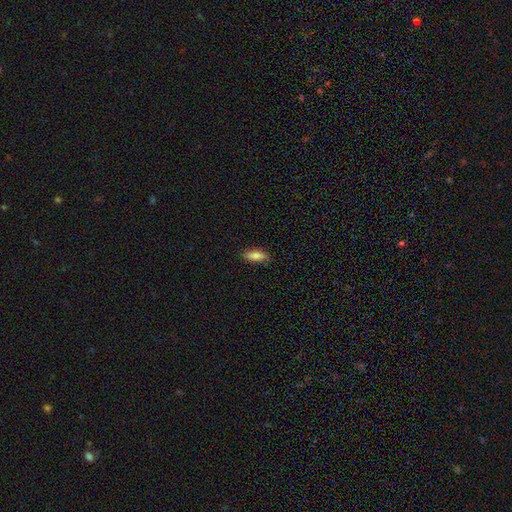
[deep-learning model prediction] This is clearly a smooth galaxy (81%). How rounded: likely in between (64%). Merging: clearly none (84%).